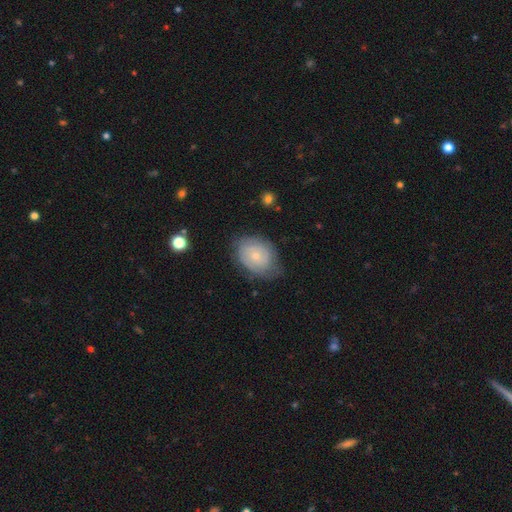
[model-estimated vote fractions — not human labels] Smooth or featured? featured or disk (51%)
Edge-on disk? no (96%)
Merging? none (65%)